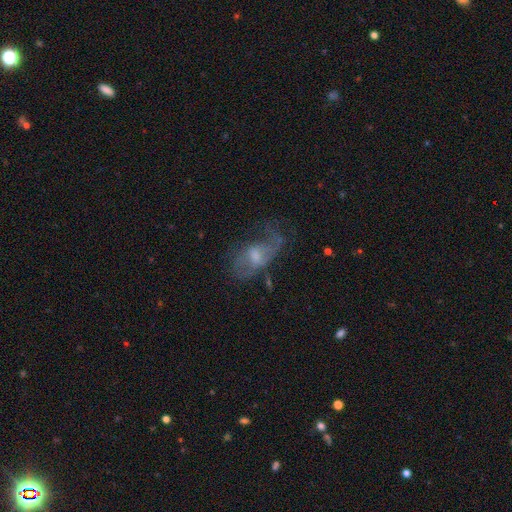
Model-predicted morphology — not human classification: Smooth or featured?
  - featured or disk: 65% *
  - smooth: 24%
  - star or artifact: 10%
Edge-on disk?
  - no: 94% *
  - yes: 6%
Bar?
  - no: 51% *
  - weak: 42%
  - strong: 7%
Spiral arms?
  - yes: 72% *
  - no: 28%
Bulge size?
  - moderate: 43% *
  - small: 42%
  - none: 9%
  - large: 5%
  - dominant: 1%
Merging?
  - none: 41% *
  - major disturbance: 33%
  - minor disturbance: 23%
  - merger: 3%